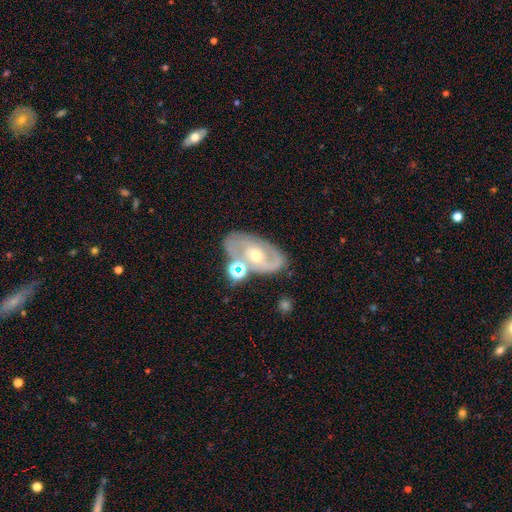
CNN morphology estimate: Smooth or featured? Predicted: featured or disk (p=0.76). Edge-on disk? Predicted: no (p=0.94). Bar? Predicted: no (p=0.63). Spiral arms? Predicted: yes (p=0.81). Spiral winding? Predicted: medium (p=0.44). Spiral arm count? Predicted: 2 (p=0.69). Bulge size? Predicted: moderate (p=0.55). Merging? Predicted: none (p=0.62).